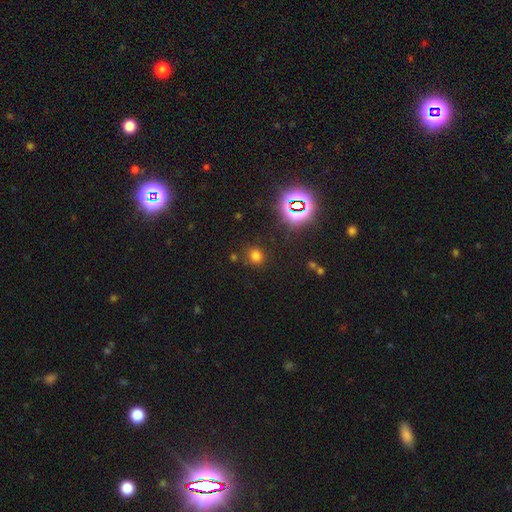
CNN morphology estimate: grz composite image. It shows a smooth galaxy with no disk features (69%) that is round (83%). Merging: none (82%).